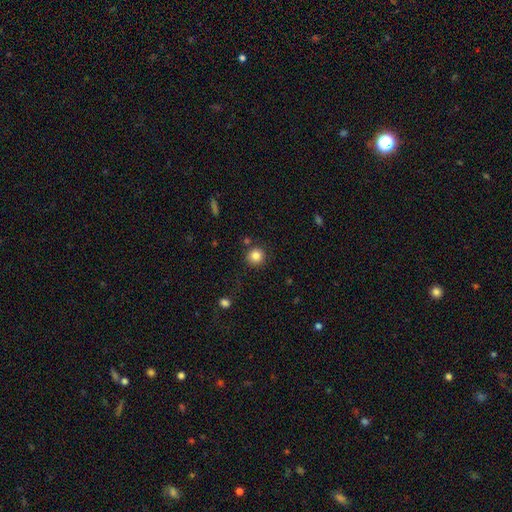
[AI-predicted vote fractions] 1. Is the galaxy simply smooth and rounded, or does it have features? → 84% smooth, 11% star or artifact, 5% featured or disk.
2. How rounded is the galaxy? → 92% round, 7% in between, 1% cigar-shaped.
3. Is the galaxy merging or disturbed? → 84% none, 8% minor disturbance, 4% merger, 3% major disturbance.